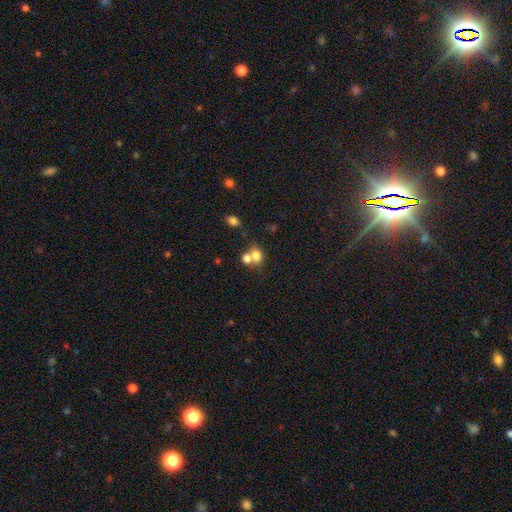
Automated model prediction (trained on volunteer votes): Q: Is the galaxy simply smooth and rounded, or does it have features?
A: smooth — 75%.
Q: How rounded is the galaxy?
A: round — 50%.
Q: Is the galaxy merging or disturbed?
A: merger — 52%.